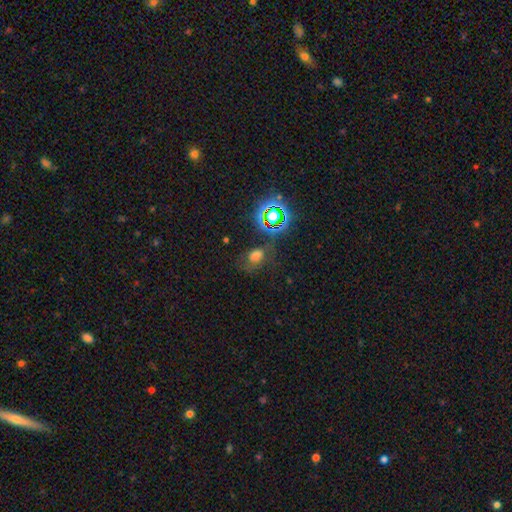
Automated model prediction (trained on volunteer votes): Morphology: type=smooth (52%); roundness=in between (68%); merging=none (58%).